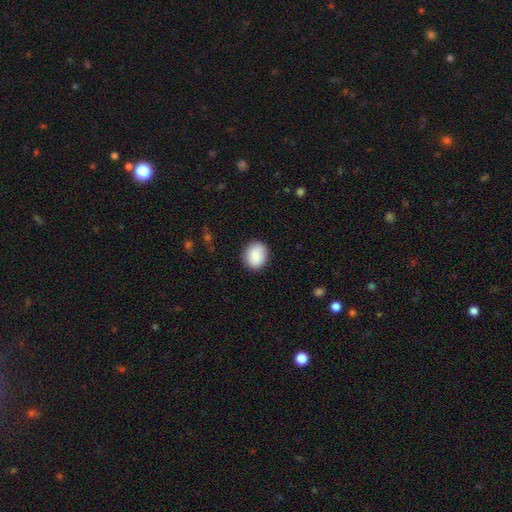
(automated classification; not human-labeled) Morphology: type=smooth (89%); roundness=round (61%); merging=none (87%).